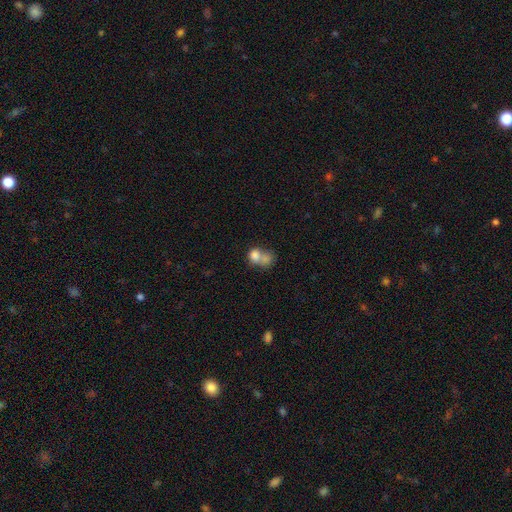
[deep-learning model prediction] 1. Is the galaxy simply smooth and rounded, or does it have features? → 76% smooth, 14% featured or disk, 10% star or artifact.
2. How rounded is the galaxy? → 57% round, 42% in between, 1% cigar-shaped.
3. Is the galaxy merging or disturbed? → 66% merger, 21% none, 7% minor disturbance, 6% major disturbance.